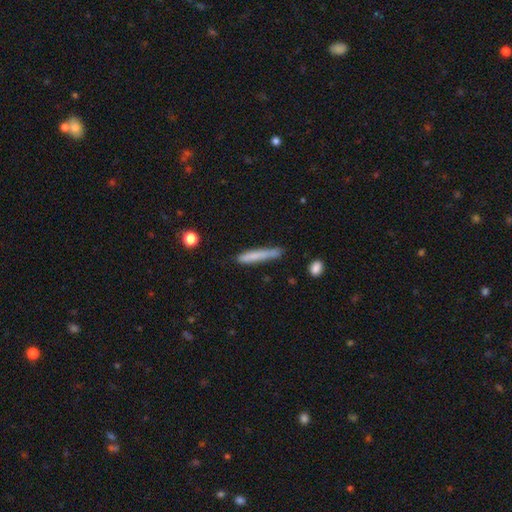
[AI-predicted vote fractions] The model was most divided on "merging": none: 69%, minor disturbance: 22%, major disturbance: 5%, merger: 4%. More confident: how rounded — cigar-shaped (94%); smooth or featured — smooth (73%).